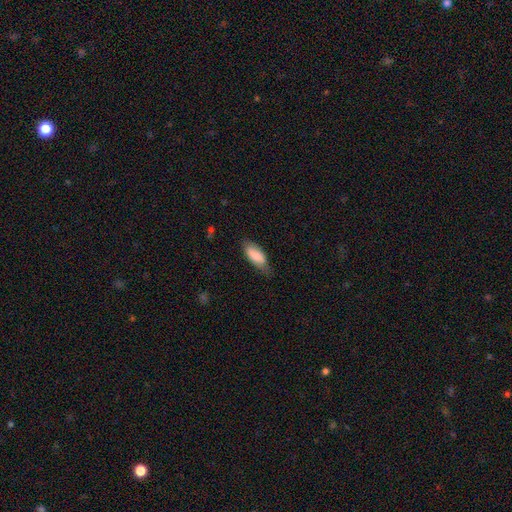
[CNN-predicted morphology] smooth-or-featured: smooth: 83% | featured or disk: 11% | star or artifact: 6%
  how-rounded: in between: 84% | cigar-shaped: 15% | round: 2%
  merging: none: 66% | minor disturbance: 27% | major disturbance: 6% | merger: 1%